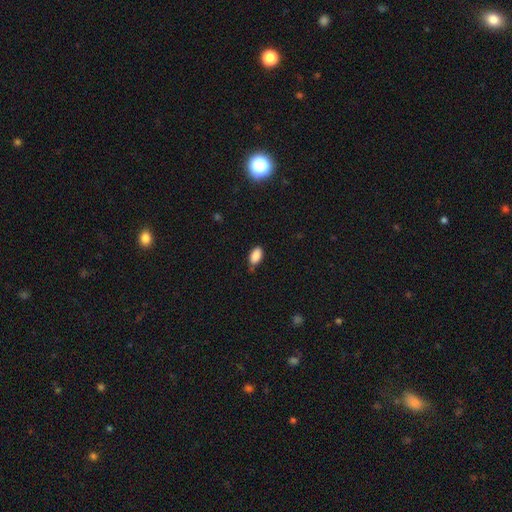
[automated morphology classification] This is clearly a smooth galaxy (87%). How rounded: clearly in between (93%). Merging: likely none (68%).